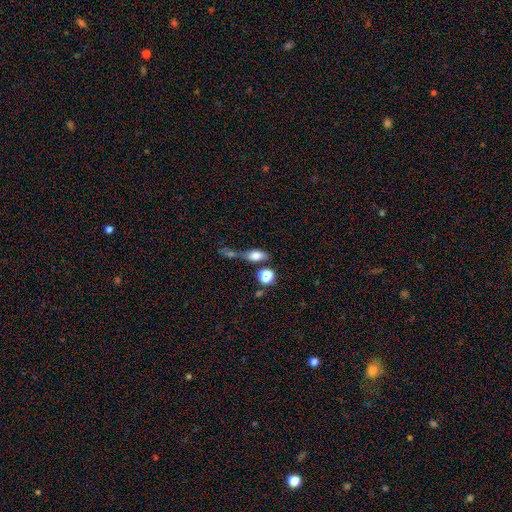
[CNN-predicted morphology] A smooth galaxy with no disk features (70%) that is in between round and cigar-shaped (72%).

Vote fractions:
- Smooth or featured? smooth: 70% / star or artifact: 15% / featured or disk: 15%
- How rounded? in between: 72% / round: 18% / cigar-shaped: 10%
- Merging? merger: 41% / none: 35% / minor disturbance: 13% / major disturbance: 11%